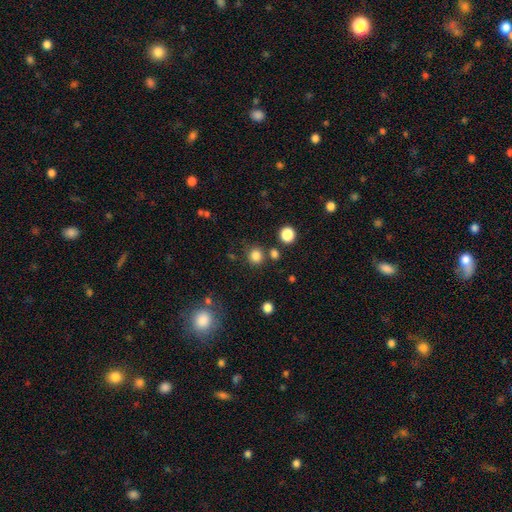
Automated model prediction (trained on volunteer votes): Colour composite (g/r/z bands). It shows a smooth galaxy with no disk features (82%) that is round (89%). Merging: none (80%).